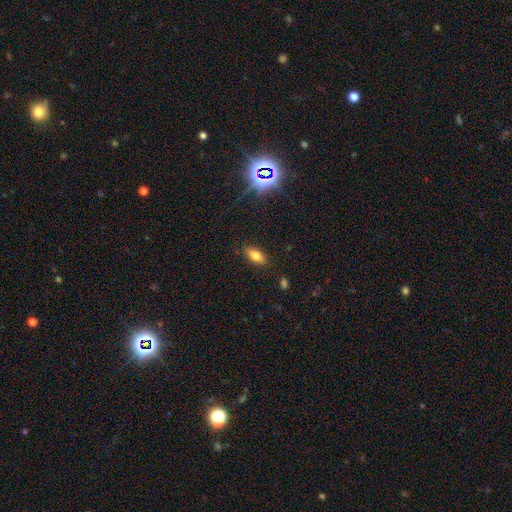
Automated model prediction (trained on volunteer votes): The model was most divided on "smooth or featured": smooth: 75%, featured or disk: 14%, star or artifact: 11%. More confident: merging — none (87%); how rounded — in between (84%).